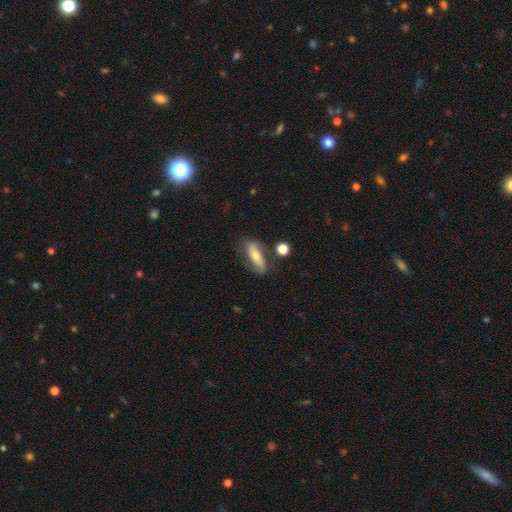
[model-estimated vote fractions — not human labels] This appears to be a featured or disk galaxy (60%). Merging: none (65%).